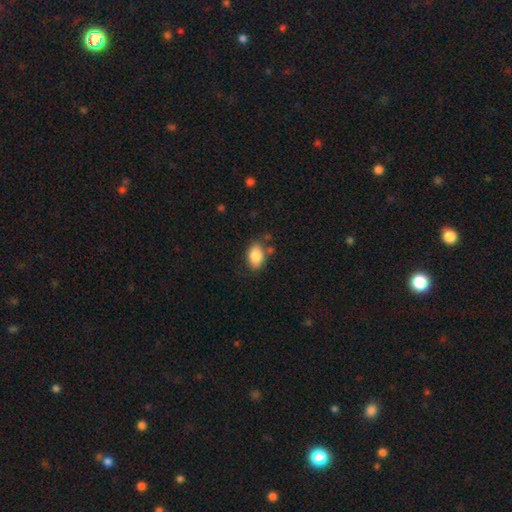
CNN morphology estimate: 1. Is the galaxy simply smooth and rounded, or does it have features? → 86% smooth, 7% star or artifact, 7% featured or disk.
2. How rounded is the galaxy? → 87% in between, 12% round, 1% cigar-shaped.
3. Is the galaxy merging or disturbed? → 74% none, 16% minor disturbance, 5% merger, 4% major disturbance.